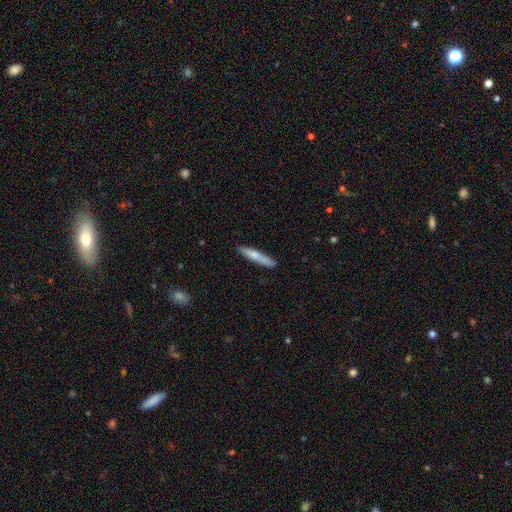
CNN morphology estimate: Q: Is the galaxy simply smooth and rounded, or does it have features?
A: smooth — 69%.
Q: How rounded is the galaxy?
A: cigar-shaped — 92%.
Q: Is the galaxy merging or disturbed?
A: none — 88%.